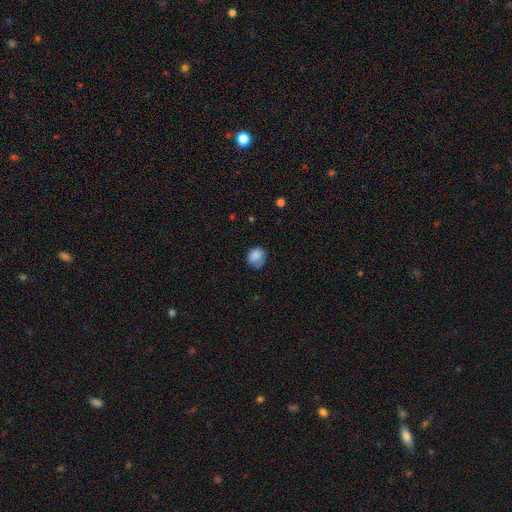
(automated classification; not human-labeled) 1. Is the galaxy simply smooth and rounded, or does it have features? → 84% smooth, 9% star or artifact, 8% featured or disk.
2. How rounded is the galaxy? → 63% round, 36% in between, 1% cigar-shaped.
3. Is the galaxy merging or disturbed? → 58% none, 30% minor disturbance, 10% major disturbance, 2% merger.